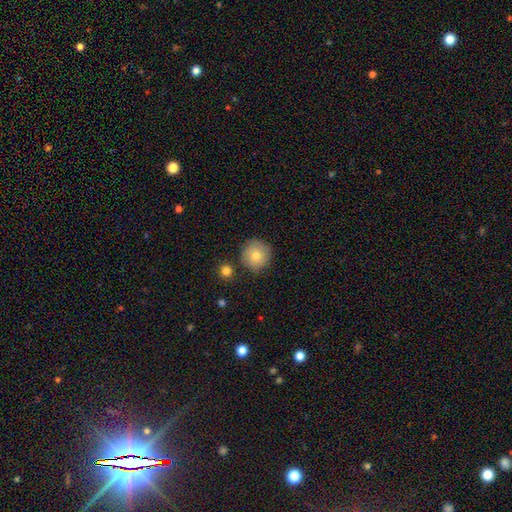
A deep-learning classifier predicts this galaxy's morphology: smooth-or-featured: smooth: 80% | featured or disk: 11% | star or artifact: 9%
  how-rounded: round: 95% | in between: 4% | cigar-shaped: 1%
  merging: none: 84% | minor disturbance: 10% | merger: 4% | major disturbance: 2%